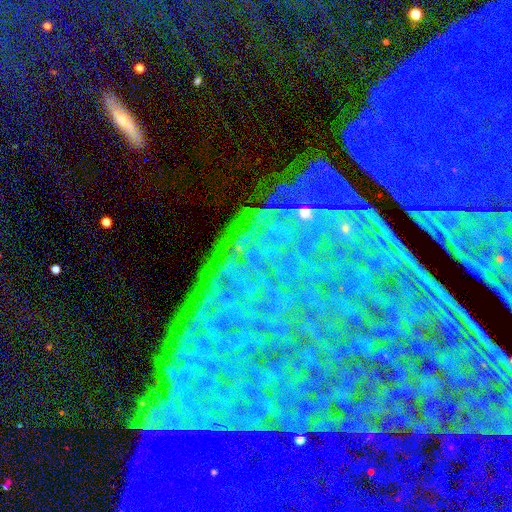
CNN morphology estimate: The model was most divided on "smooth or featured": star or artifact: 83%, featured or disk: 9%, smooth: 7%.